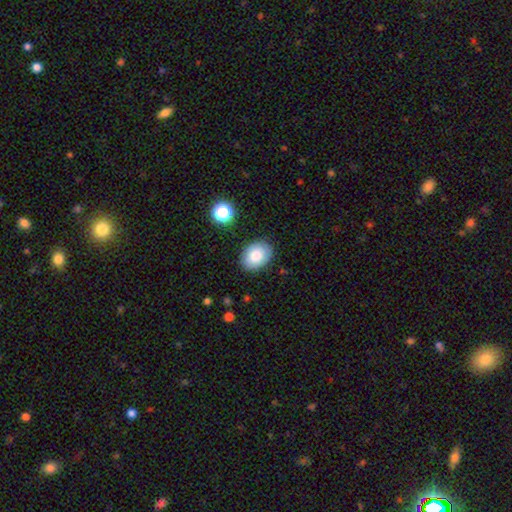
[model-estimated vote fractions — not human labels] smooth 80%, featured or disk 12%, star or artifact 8%. Down the decision tree: how rounded — in between (70%); merging — none (86%).